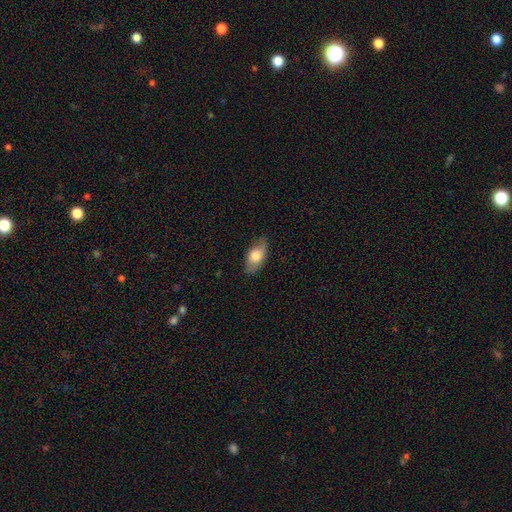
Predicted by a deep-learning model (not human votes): Overall: smooth (74%). How rounded: in between (91%). Merging: none (83%).